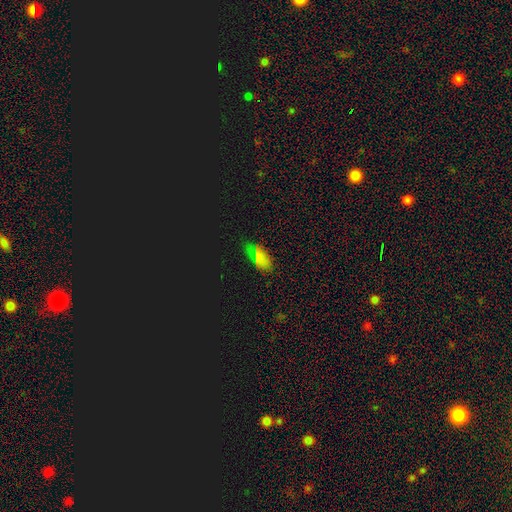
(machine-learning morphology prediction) Smooth or featured? Predicted: smooth (p=0.56). How rounded? Predicted: in between (p=0.88). Merging? Predicted: none (p=0.66).